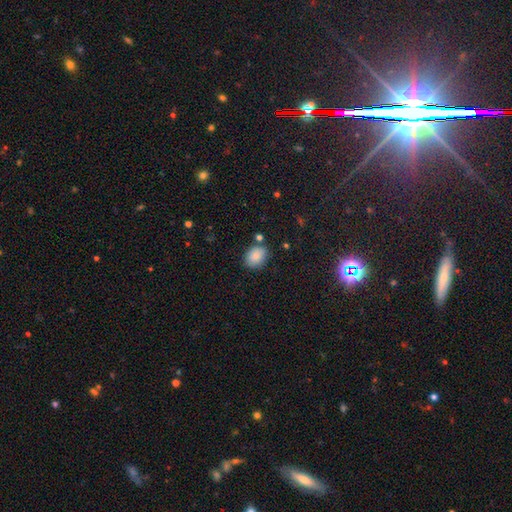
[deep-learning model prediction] smooth 86%, star or artifact 9%, featured or disk 5%. Down the decision tree: how rounded — in between (56%); merging — none (79%).